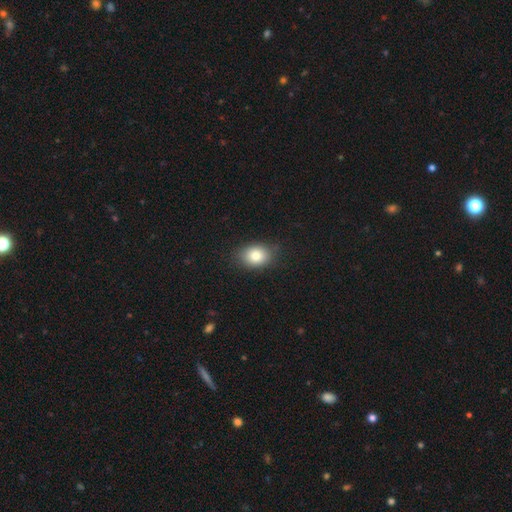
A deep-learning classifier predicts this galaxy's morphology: type=smooth (82%); roundness=in between (68%); merging=none (83%).